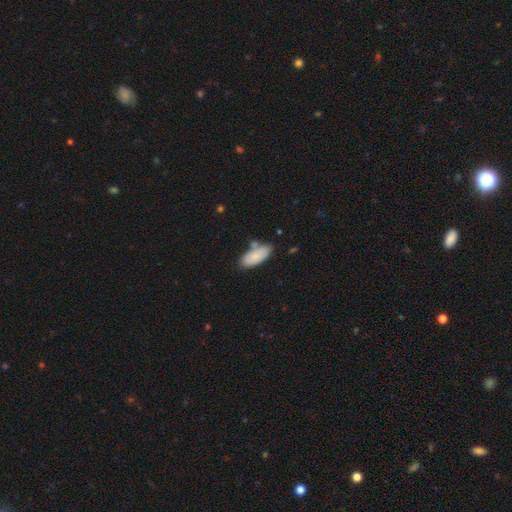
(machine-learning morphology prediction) Overall: smooth (81%). How rounded: in between (85%). Merging: none (68%).